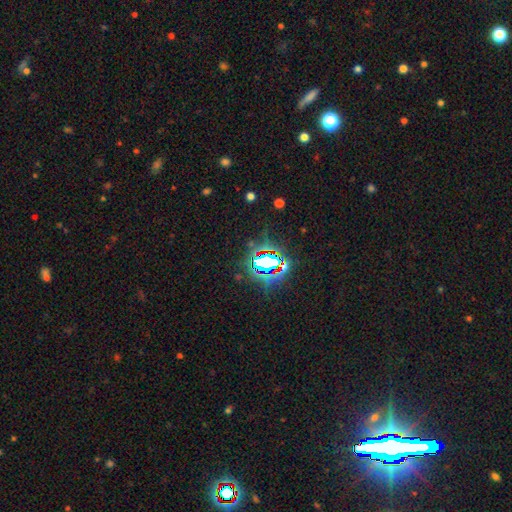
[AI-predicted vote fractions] Overall: star or artifact (79%).